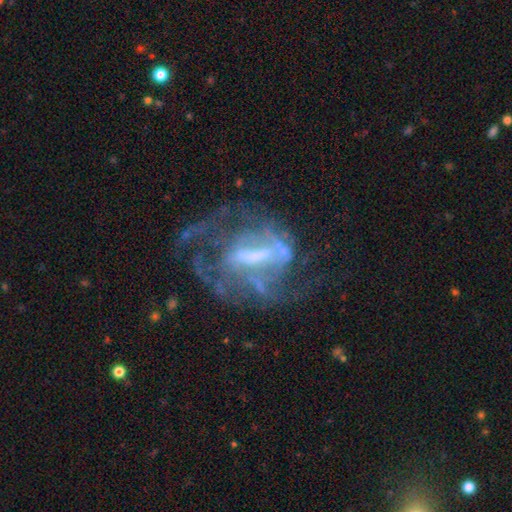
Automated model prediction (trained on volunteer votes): This appears to be a featured or disk galaxy (81%) with a strong bar (46%), medium (41%) spiral arms (74%) and a moderate central bulge (34%). Merging: none (41%).